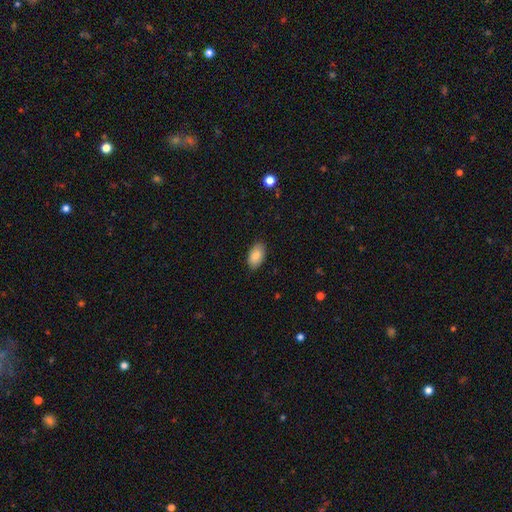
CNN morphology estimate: Smooth or featured?
  - smooth: 87% *
  - featured or disk: 7%
  - star or artifact: 7%
How rounded?
  - in between: 94% *
  - round: 4%
  - cigar-shaped: 2%
Merging?
  - none: 87% *
  - minor disturbance: 10%
  - major disturbance: 2%
  - merger: 1%